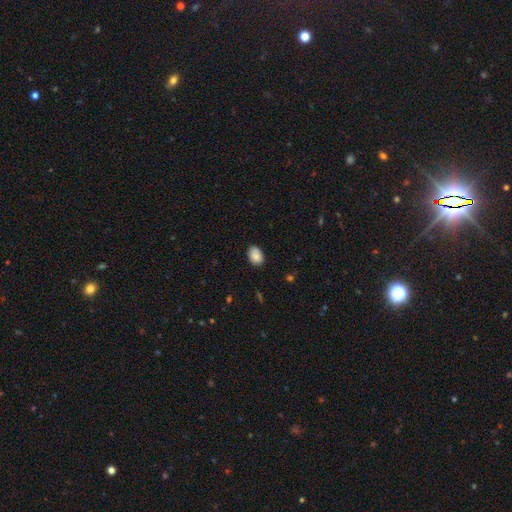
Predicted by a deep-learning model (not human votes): Morphology: type=smooth (86%); roundness=in between (79%); merging=none (85%).